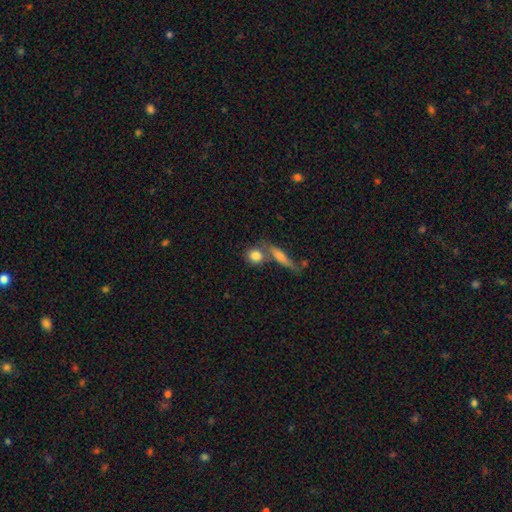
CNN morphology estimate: The model was most divided on "merging": none: 55%, merger: 29%, minor disturbance: 11%, major disturbance: 5%. More confident: smooth or featured — smooth (81%); how rounded — round (72%).